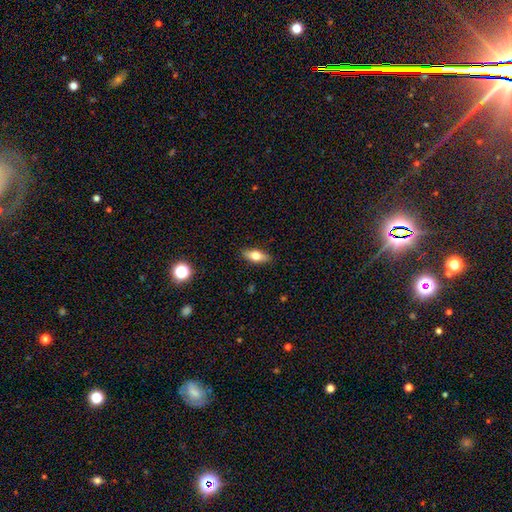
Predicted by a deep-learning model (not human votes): This is likely a smooth galaxy (64%). How rounded: likely in between (73%). Merging: clearly none (87%).